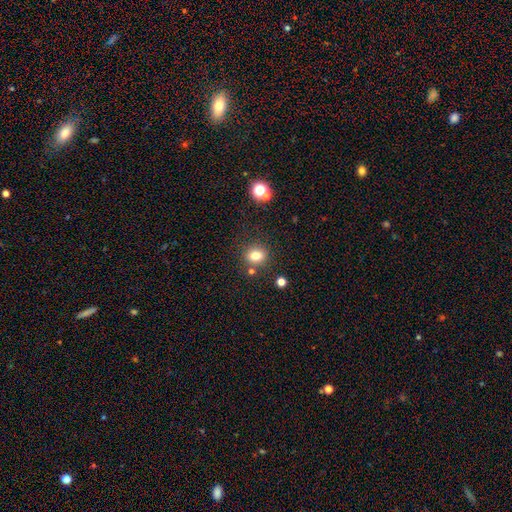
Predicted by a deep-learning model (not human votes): A smooth galaxy with no disk features (78%) that is round (64%). Merging: none (79%).